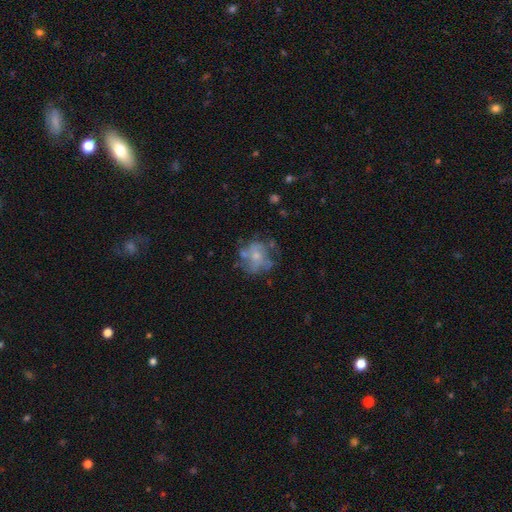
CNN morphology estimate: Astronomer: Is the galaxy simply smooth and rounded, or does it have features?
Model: featured or disk — 56% (runner-up: smooth, 34%).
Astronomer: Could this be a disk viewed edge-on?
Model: no — 98%.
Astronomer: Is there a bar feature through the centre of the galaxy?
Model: no — 84%.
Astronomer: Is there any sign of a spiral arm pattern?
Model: no — 58% (runner-up: yes, 42%).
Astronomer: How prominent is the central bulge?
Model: small — 48% (runner-up: moderate, 40%).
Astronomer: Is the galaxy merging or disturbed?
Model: none — 52%.